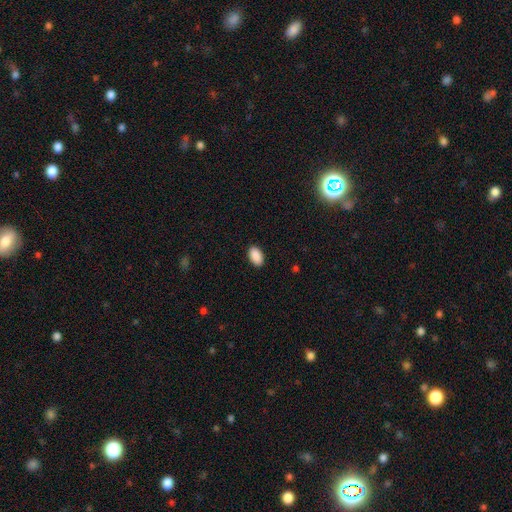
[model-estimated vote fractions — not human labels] smooth 91%, star or artifact 7%, featured or disk 3%. Down the decision tree: how rounded — in between (95%); merging — none (90%).